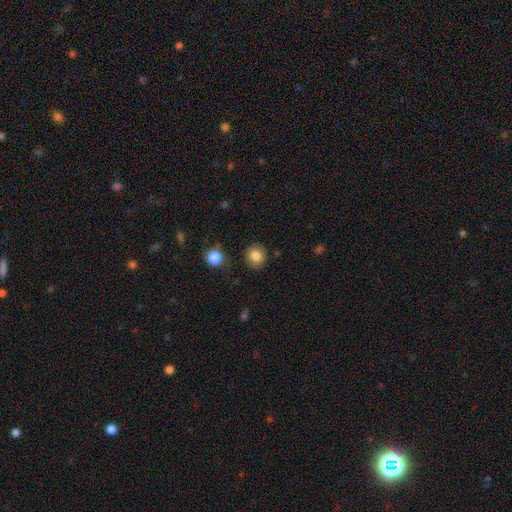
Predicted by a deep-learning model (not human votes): A smooth galaxy with no disk features (84%) that is round (89%).

Vote fractions:
- Smooth or featured? smooth: 84% / star or artifact: 10% / featured or disk: 6%
- How rounded? round: 89% / in between: 10% / cigar-shaped: 1%
- Merging? none: 89% / minor disturbance: 7% / major disturbance: 2% / merger: 2%